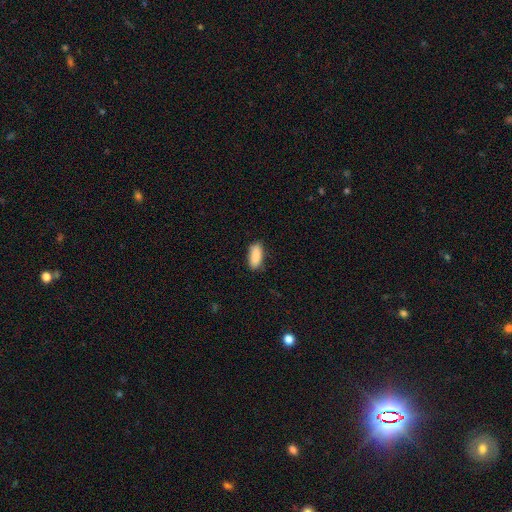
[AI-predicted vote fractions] A smooth galaxy with no disk features (90%) that is in between round and cigar-shaped (86%). Merging: none (84%).